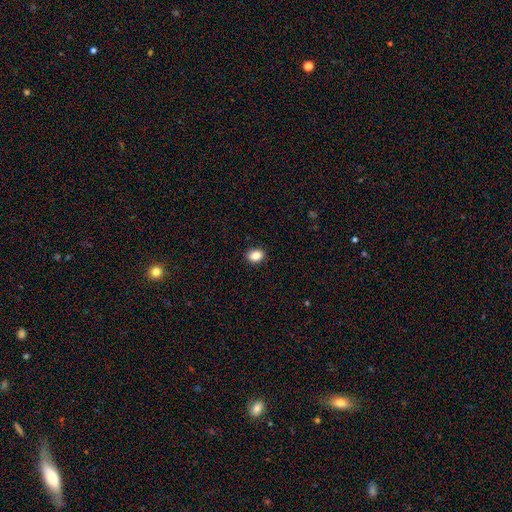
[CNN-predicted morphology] type=smooth (86%); roundness=in between (63%); merging=none (90%).